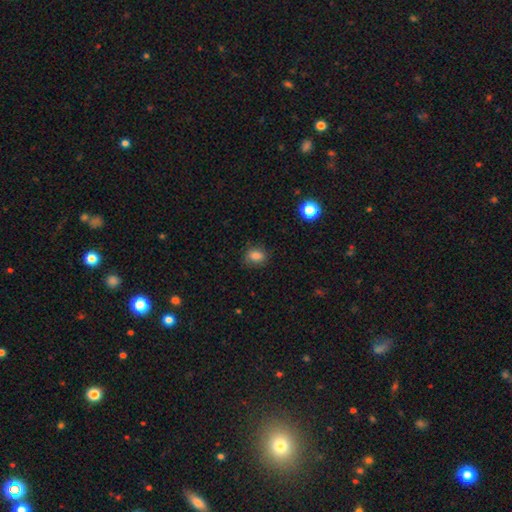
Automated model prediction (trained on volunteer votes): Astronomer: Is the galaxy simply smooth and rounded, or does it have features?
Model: smooth — 82%.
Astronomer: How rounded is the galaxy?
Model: in between — 50% (runner-up: round, 49%).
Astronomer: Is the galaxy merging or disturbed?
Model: none — 79%.